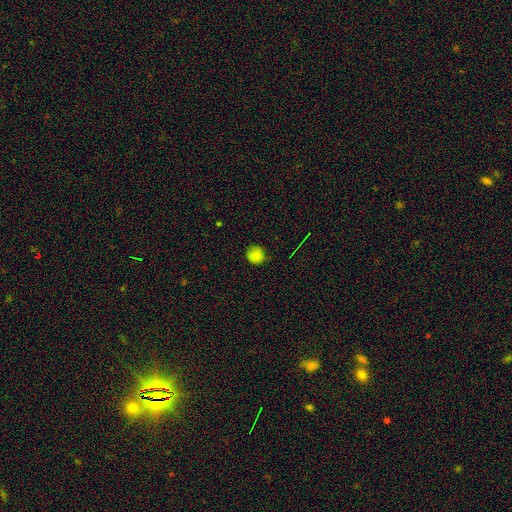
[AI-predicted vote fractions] A smooth galaxy with no disk features (82%) that is round (92%). Merging: none (83%).